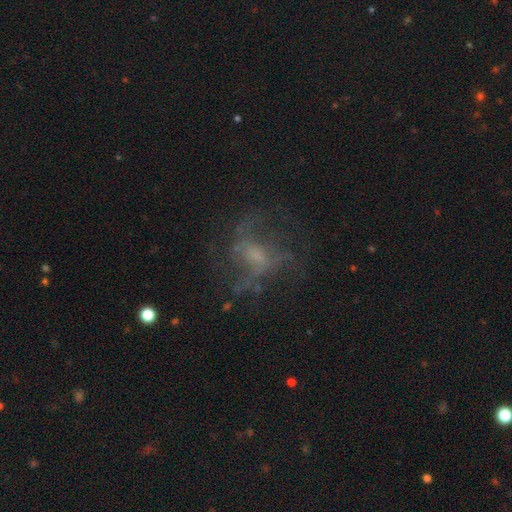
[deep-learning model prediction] This appears to be a featured or disk galaxy (60%) with no bar (62%), spiral arms (57%) and a small central bulge (39%). Merging: none (53%).